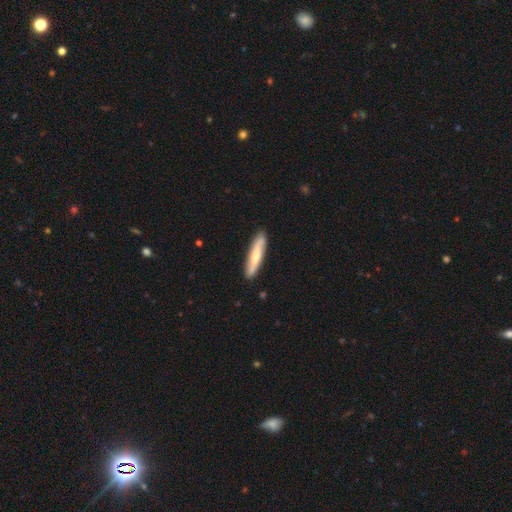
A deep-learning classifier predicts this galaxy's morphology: Smooth or featured?
  - smooth: 54% *
  - featured or disk: 41%
  - star or artifact: 5%
How rounded?
  - cigar-shaped: 84% *
  - in between: 14%
  - round: 2%
Merging?
  - none: 88% *
  - minor disturbance: 9%
  - major disturbance: 2%
  - merger: 1%